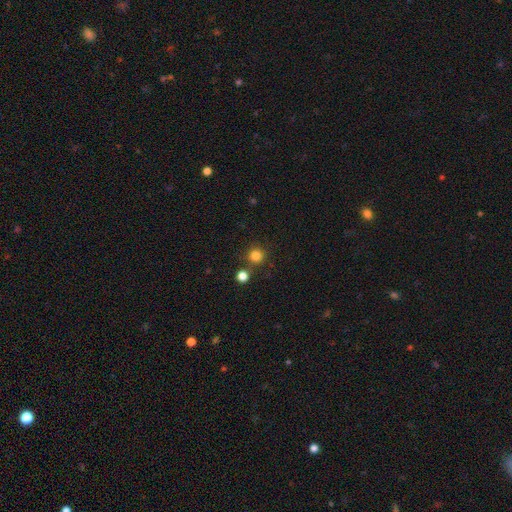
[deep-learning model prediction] Morphology: type=smooth (82%); roundness=round (94%); merging=none (81%).